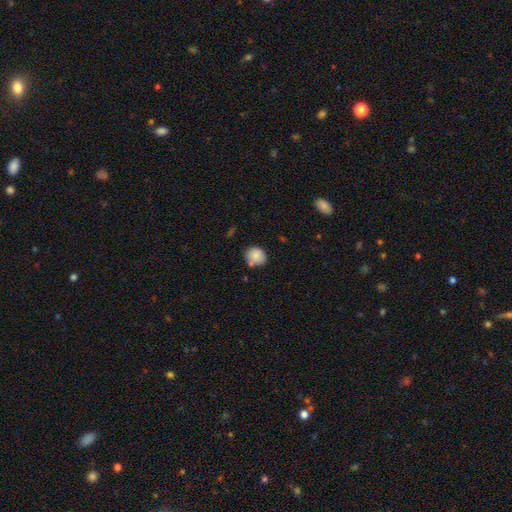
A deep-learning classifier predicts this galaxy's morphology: A smooth galaxy with no disk features (86%) that is round (78%).

Vote fractions:
- Smooth or featured? smooth: 86% / star or artifact: 8% / featured or disk: 6%
- How rounded? round: 78% / in between: 21% / cigar-shaped: 1%
- Merging? none: 72% / minor disturbance: 16% / merger: 9% / major disturbance: 3%